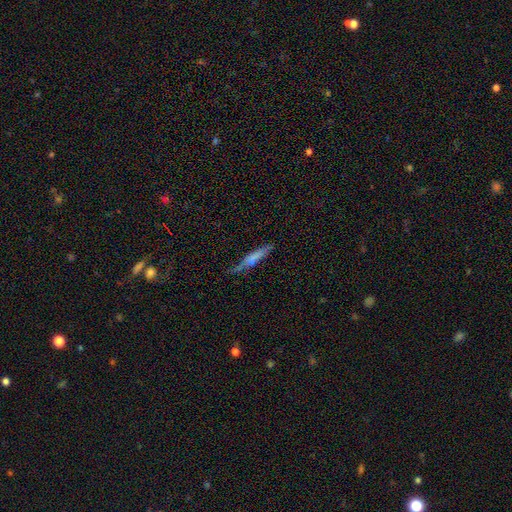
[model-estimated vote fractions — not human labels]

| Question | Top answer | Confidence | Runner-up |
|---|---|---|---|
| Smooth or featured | smooth | 49% | featured or disk (41%) |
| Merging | none | 73% | minor disturbance (19%) |